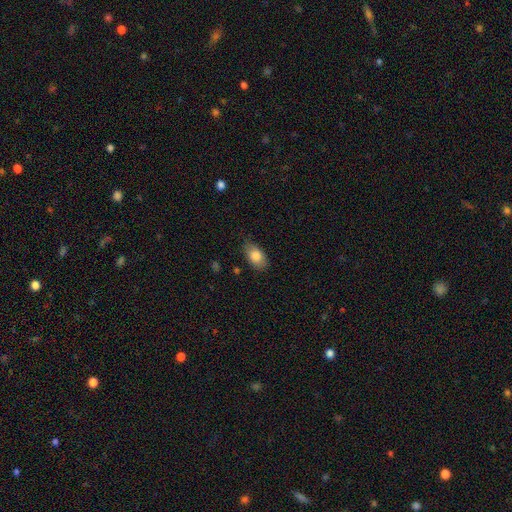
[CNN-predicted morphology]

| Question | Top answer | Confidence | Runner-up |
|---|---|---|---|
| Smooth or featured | smooth | 83% | featured or disk (10%) |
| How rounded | in between | 89% | round (8%) |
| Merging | none | 73% | minor disturbance (21%) |